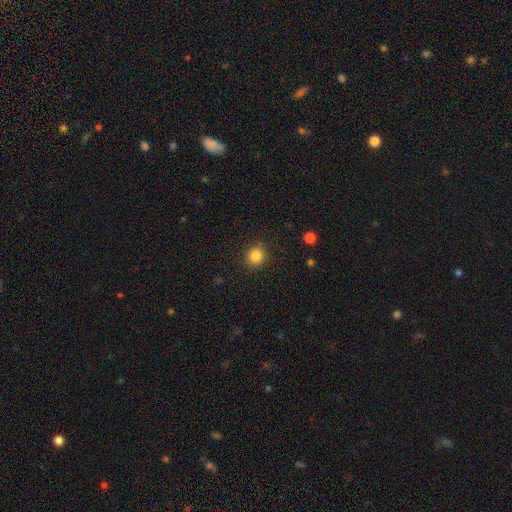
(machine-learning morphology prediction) This is clearly a smooth galaxy (84%). How rounded: clearly round (87%). Merging: clearly none (90%).